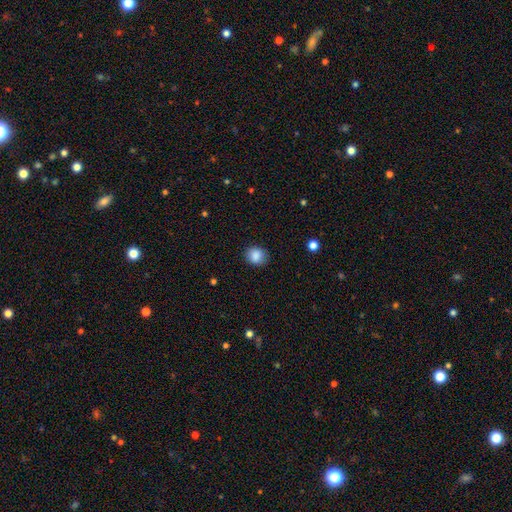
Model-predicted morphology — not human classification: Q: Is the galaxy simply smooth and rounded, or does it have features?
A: smooth — 86%.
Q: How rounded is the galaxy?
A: round — 65%.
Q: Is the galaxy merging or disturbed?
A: none — 82%.